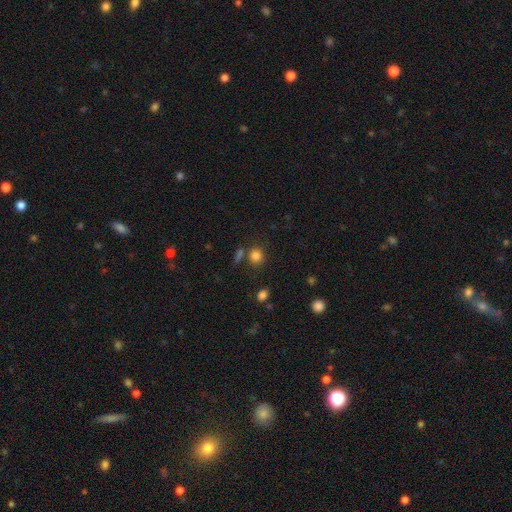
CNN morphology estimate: Overall: smooth (82%). How rounded: round (80%). Merging: none (73%).